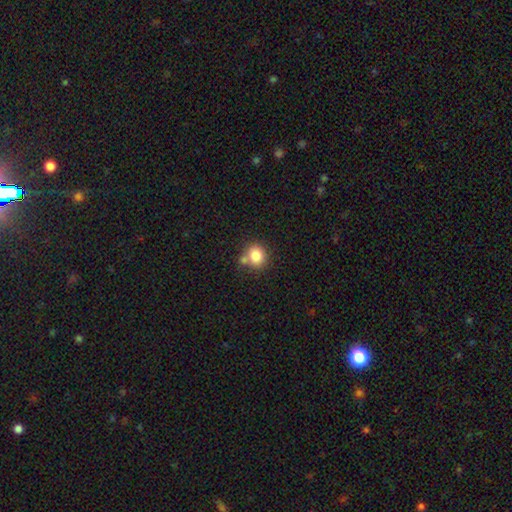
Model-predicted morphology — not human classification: smooth 83%, star or artifact 10%, featured or disk 7%. Down the decision tree: how rounded — round (76%); merging — none (64%).